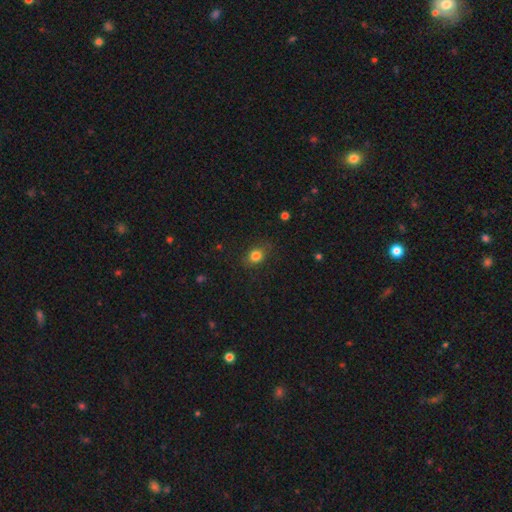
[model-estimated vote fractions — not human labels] smooth-or-featured: smooth: 81% | star or artifact: 12% | featured or disk: 7%
  how-rounded: round: 60% | in between: 39% | cigar-shaped: 1%
  merging: none: 80% | minor disturbance: 14% | major disturbance: 5% | merger: 1%